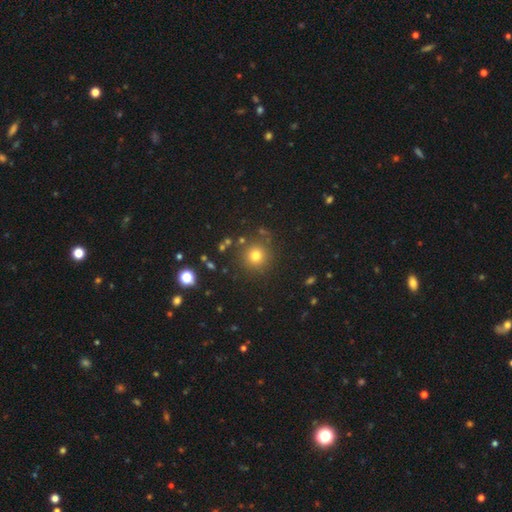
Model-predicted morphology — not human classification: This is likely a smooth galaxy (76%). How rounded: clearly round (94%). Merging: clearly none (85%).